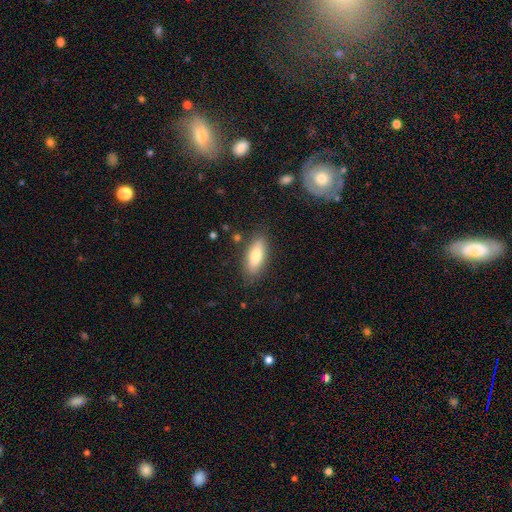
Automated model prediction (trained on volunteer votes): Smooth or featured? smooth (75%)
How rounded? in between (74%)
Merging? none (83%)